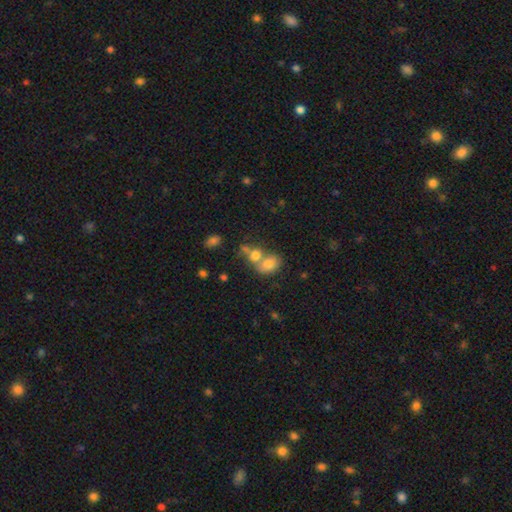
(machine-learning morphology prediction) smooth 73%, featured or disk 15%, star or artifact 12%. Down the decision tree: how rounded — in between (60%); merging — merger (60%).